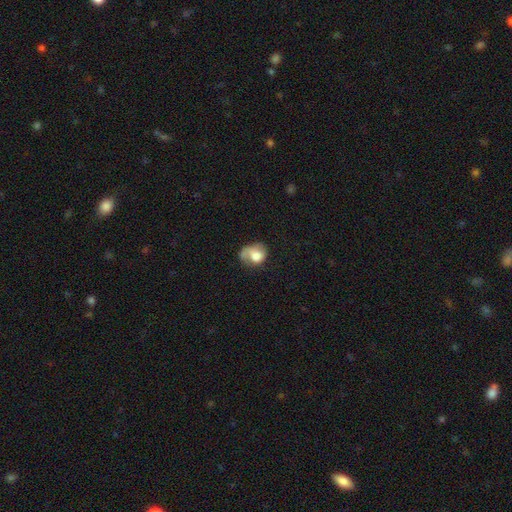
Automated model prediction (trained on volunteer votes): Smooth or featured?
  - smooth: 65% *
  - featured or disk: 27%
  - star or artifact: 8%
How rounded?
  - in between: 52% *
  - round: 47%
  - cigar-shaped: 1%
Merging?
  - major disturbance: 35% *
  - none: 30%
  - minor disturbance: 29%
  - merger: 6%